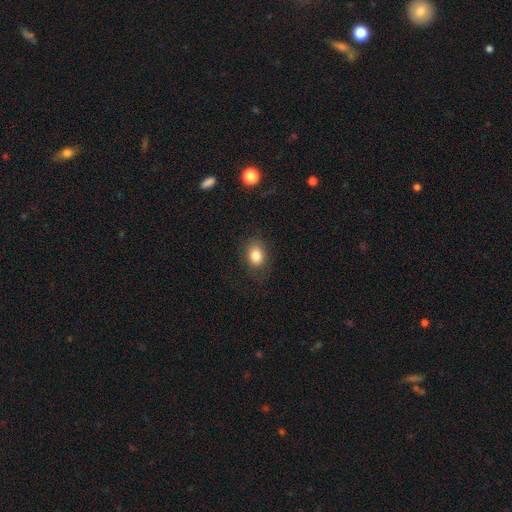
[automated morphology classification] The model was most divided on "how rounded": in between: 64%, round: 35%, cigar-shaped: 1%. More confident: smooth or featured — smooth (83%); merging — none (78%).